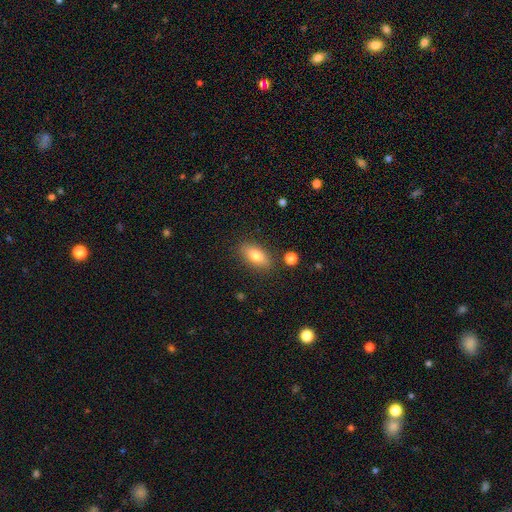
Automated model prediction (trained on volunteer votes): This is likely a smooth galaxy (78%). How rounded: clearly in between (85%). Merging: clearly none (84%).